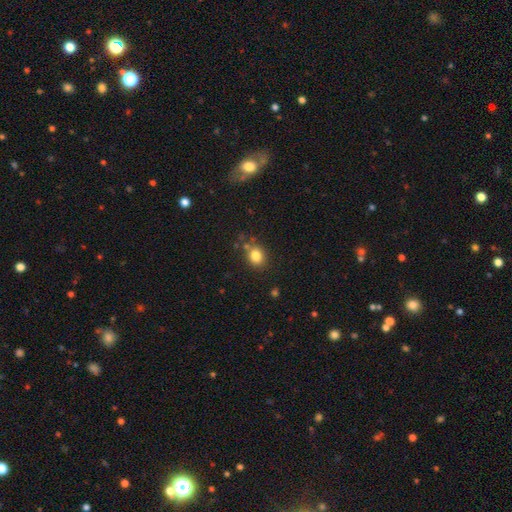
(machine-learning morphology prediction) The model was most divided on "how rounded": round: 63%, in between: 36%, cigar-shaped: 1%. More confident: smooth or featured — smooth (82%); merging — none (76%).